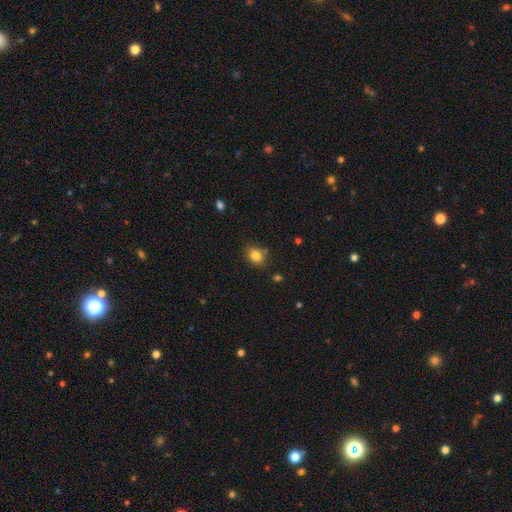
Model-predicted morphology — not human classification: Smooth or featured? Predicted: smooth (p=0.83). How rounded? Predicted: in between (p=0.53). Merging? Predicted: none (p=0.77).